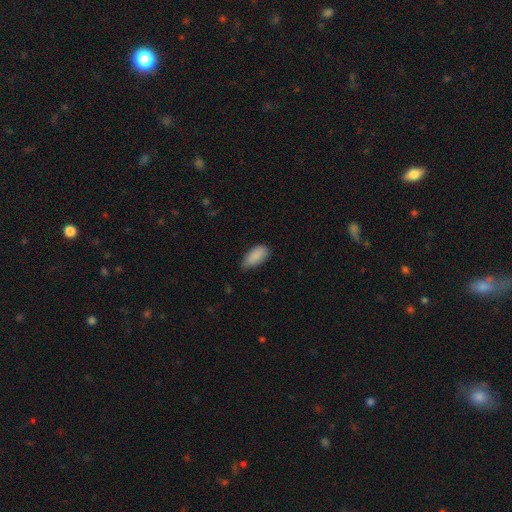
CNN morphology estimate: smooth-or-featured: smooth: 89% | star or artifact: 7% | featured or disk: 4%
  how-rounded: in between: 90% | cigar-shaped: 8% | round: 2%
  merging: none: 62% | minor disturbance: 33% | major disturbance: 4% | merger: 1%